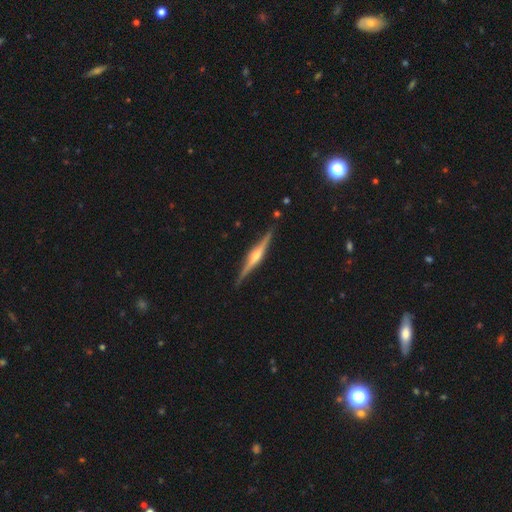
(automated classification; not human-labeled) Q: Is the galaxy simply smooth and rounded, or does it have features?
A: featured or disk — 83%.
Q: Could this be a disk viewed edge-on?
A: yes — 98%.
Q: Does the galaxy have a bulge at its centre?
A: rounded — 84%.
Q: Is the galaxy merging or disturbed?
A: none — 89%.